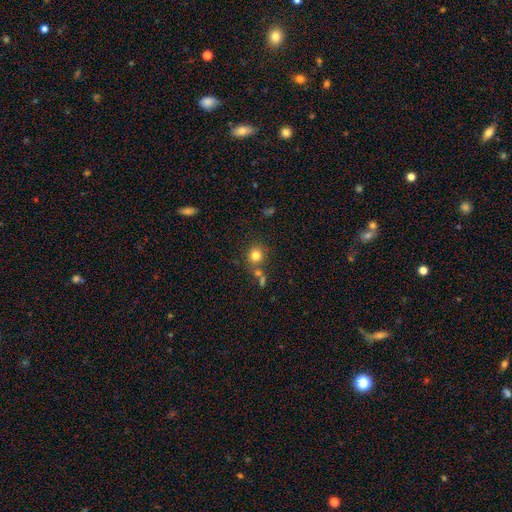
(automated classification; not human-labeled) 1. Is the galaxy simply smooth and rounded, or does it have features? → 80% smooth, 13% star or artifact, 8% featured or disk.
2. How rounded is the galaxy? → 88% round, 11% in between, 1% cigar-shaped.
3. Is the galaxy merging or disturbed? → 71% none, 14% merger, 10% minor disturbance, 4% major disturbance.